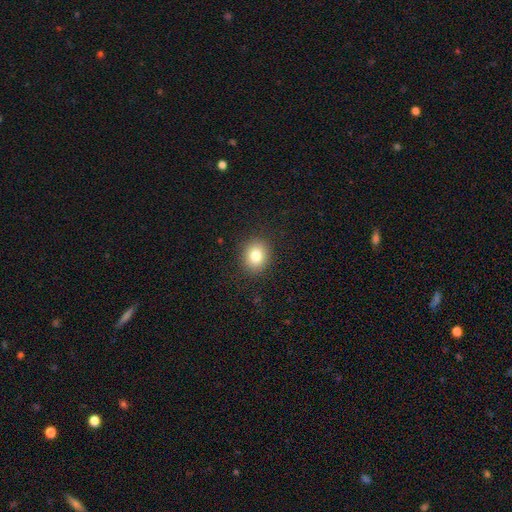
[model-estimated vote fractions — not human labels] Smooth or featured: smooth — 81% (star or artifact — 11%)
How rounded: round — 67% (in between — 32%)
Merging: none — 90% (minor disturbance — 7%)